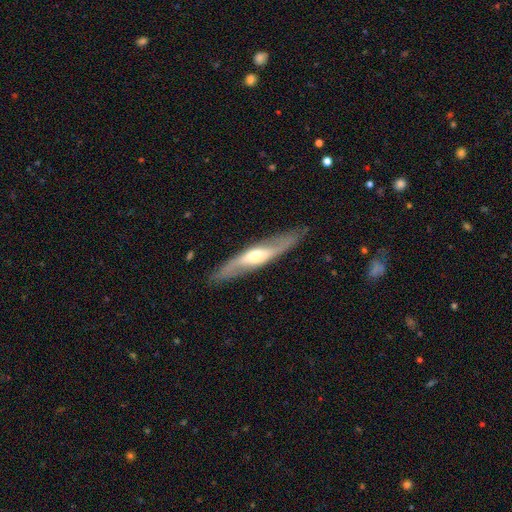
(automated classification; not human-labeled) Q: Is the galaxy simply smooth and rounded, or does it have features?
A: featured or disk — 69%.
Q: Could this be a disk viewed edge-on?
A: yes — 54%.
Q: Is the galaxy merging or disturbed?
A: none — 85%.